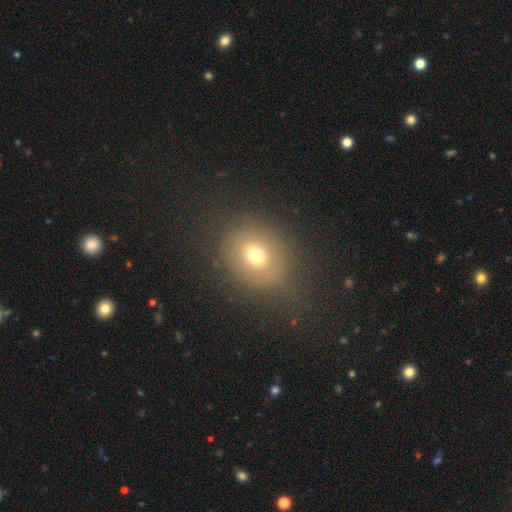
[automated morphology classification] type=smooth (67%); roundness=round (67%); merging=none (69%).